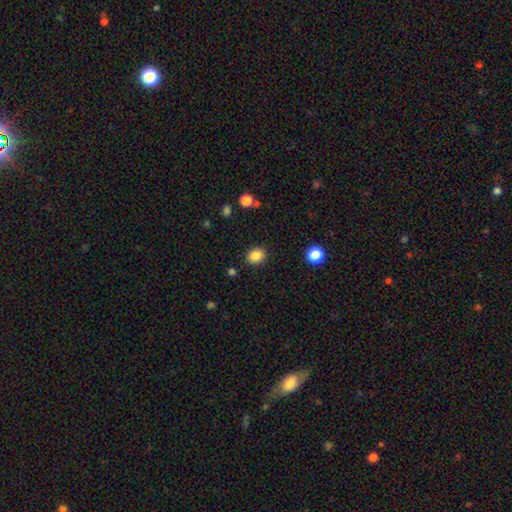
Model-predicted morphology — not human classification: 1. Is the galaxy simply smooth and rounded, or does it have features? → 85% smooth, 10% star or artifact, 5% featured or disk.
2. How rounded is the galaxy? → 61% round, 38% in between, 1% cigar-shaped.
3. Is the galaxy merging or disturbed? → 88% none, 8% minor disturbance, 2% major disturbance, 2% merger.